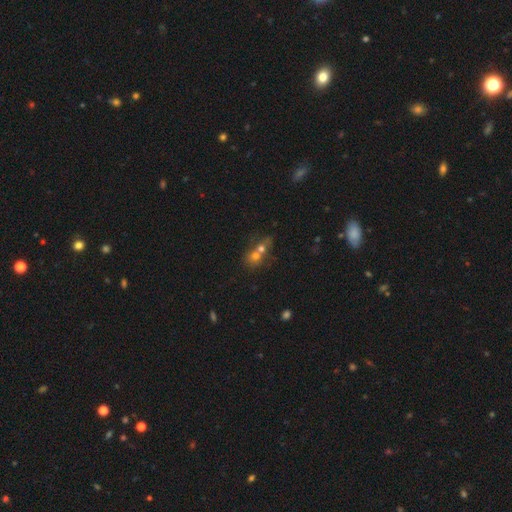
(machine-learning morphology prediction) A smooth galaxy with no disk features (63%) that is round (66%). Merging: merger (68%).